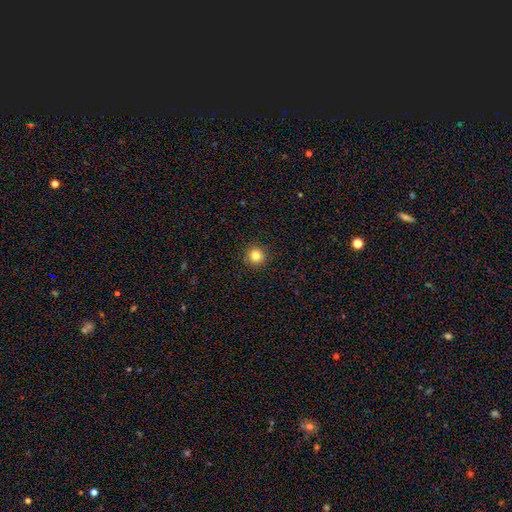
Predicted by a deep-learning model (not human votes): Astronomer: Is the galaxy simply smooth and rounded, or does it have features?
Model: smooth — 82%.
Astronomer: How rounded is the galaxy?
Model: round — 95%.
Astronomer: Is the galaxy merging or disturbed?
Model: none — 93%.